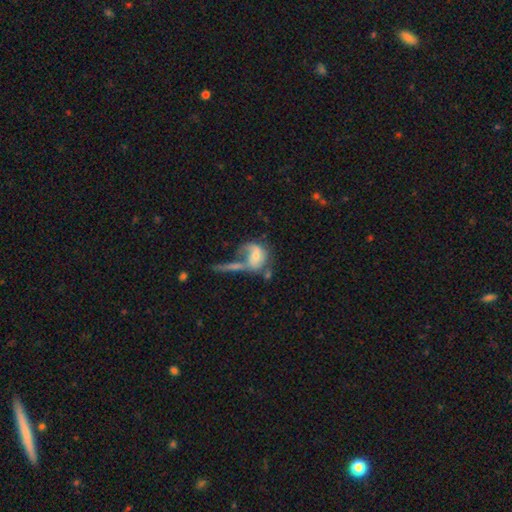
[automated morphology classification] smooth-or-featured: featured or disk: 48% | smooth: 44% | star or artifact: 8%
  merging: merger: 35% | major disturbance: 29% | none: 22% | minor disturbance: 14%